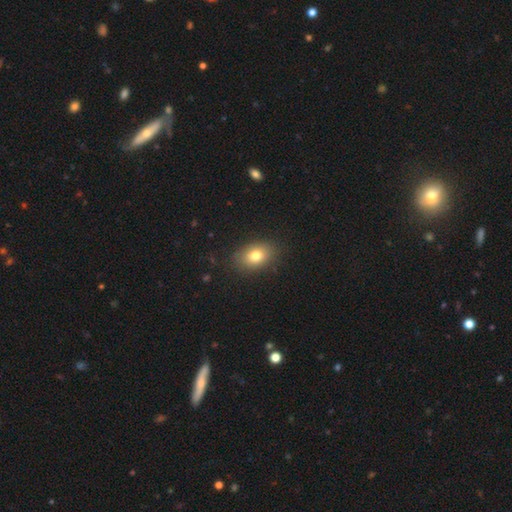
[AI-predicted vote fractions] Morphology: type=smooth (77%); roundness=in between (78%); merging=none (85%).